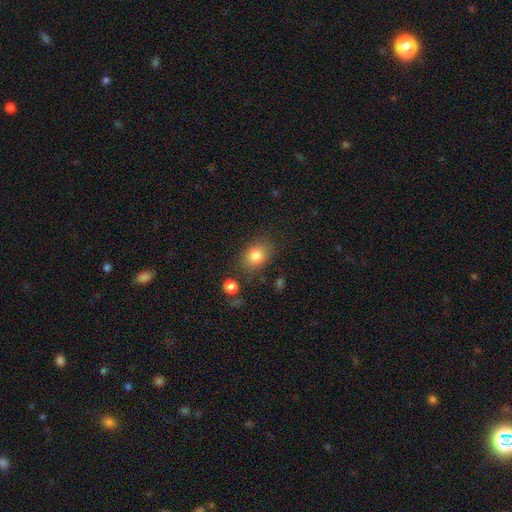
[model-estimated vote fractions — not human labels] This appears to be a smooth galaxy with no disk features (83%) that is in between round and cigar-shaped (61%). Merging: none (75%).